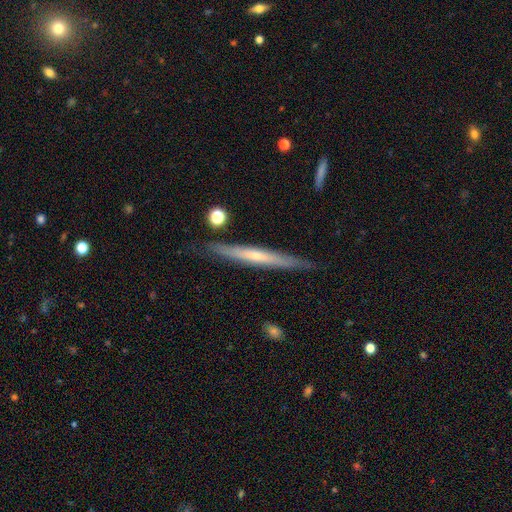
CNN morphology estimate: Smooth or featured: featured or disk — 64% (smooth — 30%)
Edge-on disk: yes — 95% (no — 5%)
Edge-on bulge: none — 48% (rounded — 47%)
Merging: none — 86% (minor disturbance — 10%)